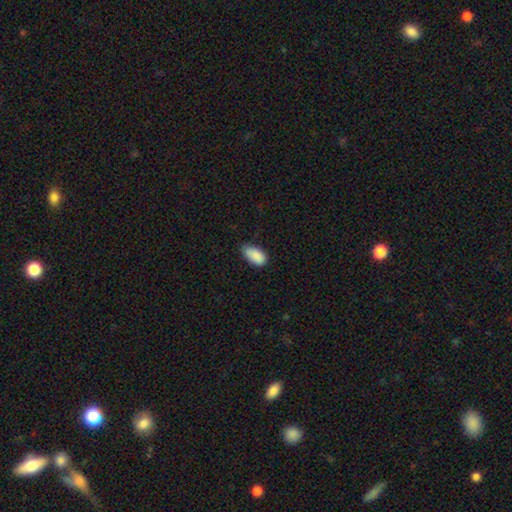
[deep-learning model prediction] Overall: smooth (89%). How rounded: in between (94%). Merging: none (60%; minor disturbance 34%).